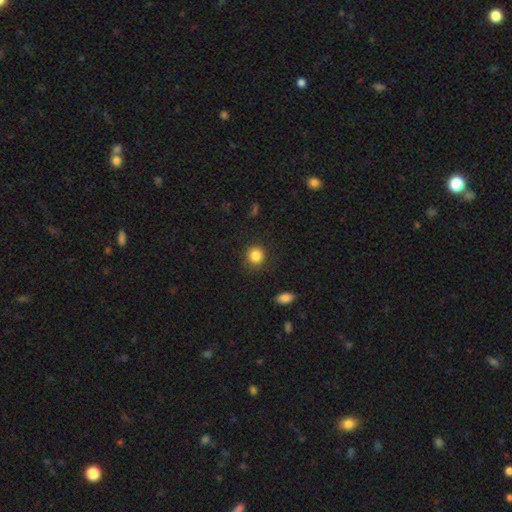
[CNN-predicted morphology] The model was most divided on "smooth or featured": smooth: 86%, star or artifact: 10%, featured or disk: 5%. More confident: how rounded — round (89%); merging — none (87%).